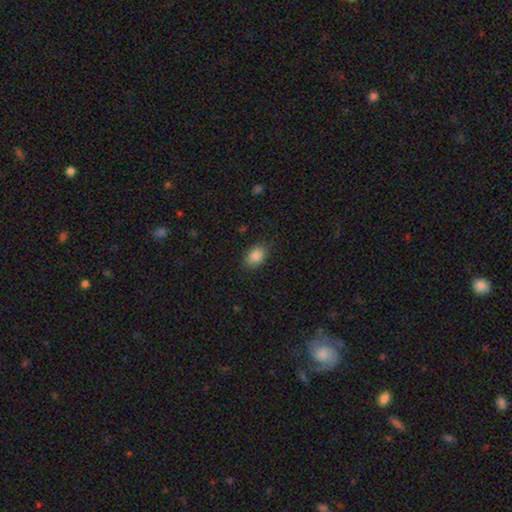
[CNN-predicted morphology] Smooth or featured?
  - smooth: 87% *
  - star or artifact: 9%
  - featured or disk: 5%
How rounded?
  - in between: 75% *
  - round: 24%
  - cigar-shaped: 1%
Merging?
  - none: 85% *
  - minor disturbance: 11%
  - major disturbance: 3%
  - merger: 1%